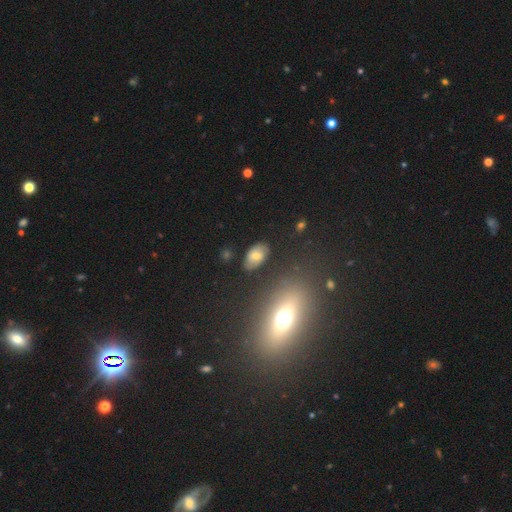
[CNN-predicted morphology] Smooth or featured? Predicted: smooth (p=0.59). How rounded? Predicted: in between (p=0.90). Merging? Predicted: none (p=0.78).